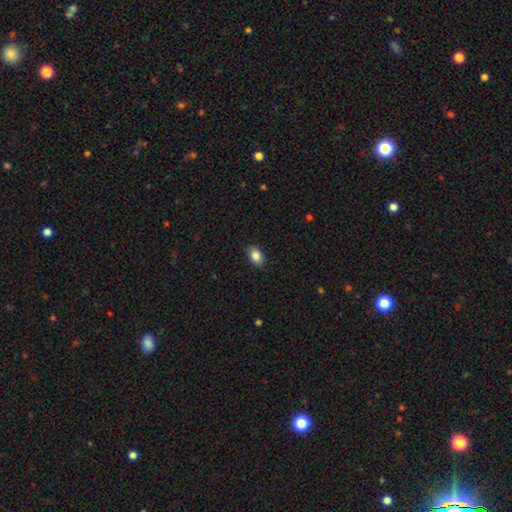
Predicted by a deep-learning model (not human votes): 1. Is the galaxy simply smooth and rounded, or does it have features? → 87% smooth, 8% star or artifact, 5% featured or disk.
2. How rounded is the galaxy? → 84% in between, 15% round, 1% cigar-shaped.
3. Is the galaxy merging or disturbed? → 89% none, 8% minor disturbance, 2% major disturbance, 1% merger.